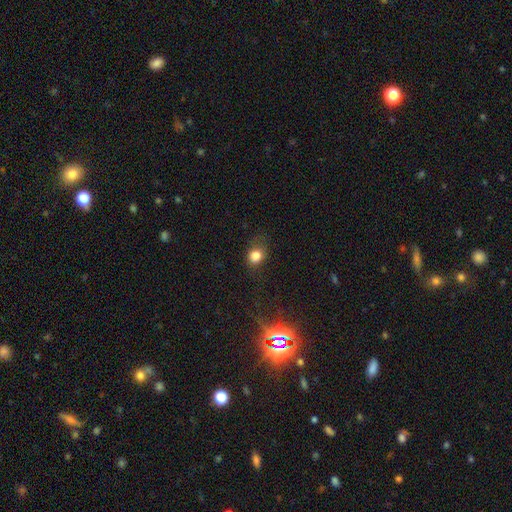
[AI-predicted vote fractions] Smooth or featured: smooth — 81% (star or artifact — 13%)
How rounded: round — 63% (in between — 36%)
Merging: none — 65% (minor disturbance — 22%)